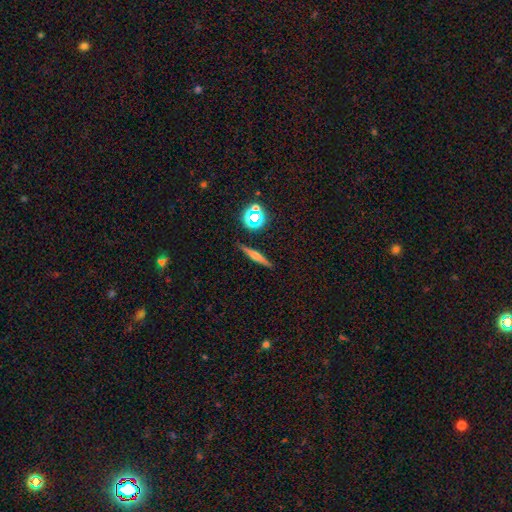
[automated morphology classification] smooth_or_featured: featured or disk (p=0.47) [alt: smooth p=0.40]
merging: none (p=0.88) [alt: minor disturbance p=0.08]